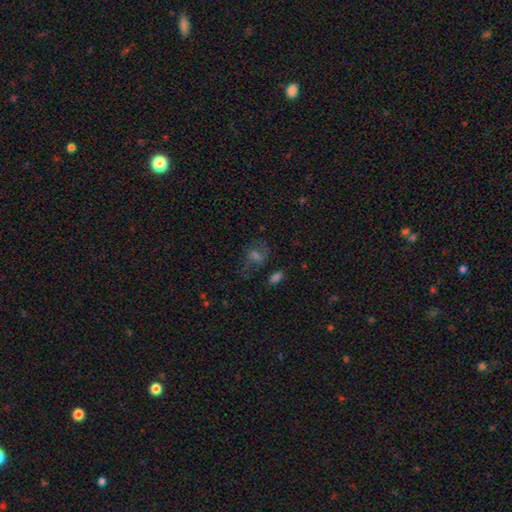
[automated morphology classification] This appears to be a featured or disk galaxy (43%). Merging: none (58%).